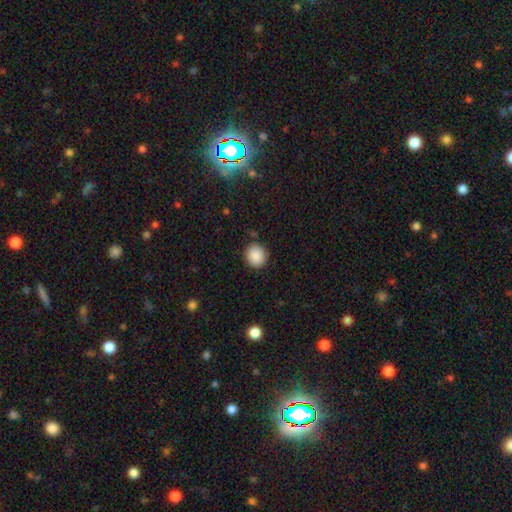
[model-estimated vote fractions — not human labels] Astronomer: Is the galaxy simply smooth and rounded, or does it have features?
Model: smooth — 89%.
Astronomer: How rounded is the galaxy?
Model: round — 86%.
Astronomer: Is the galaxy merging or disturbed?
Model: none — 89%.